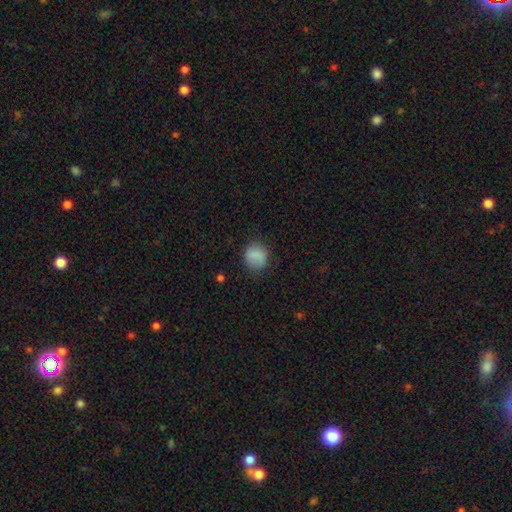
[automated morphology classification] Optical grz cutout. It shows a smooth galaxy with no disk features (84%) that is round (83%). Merging: none (81%).